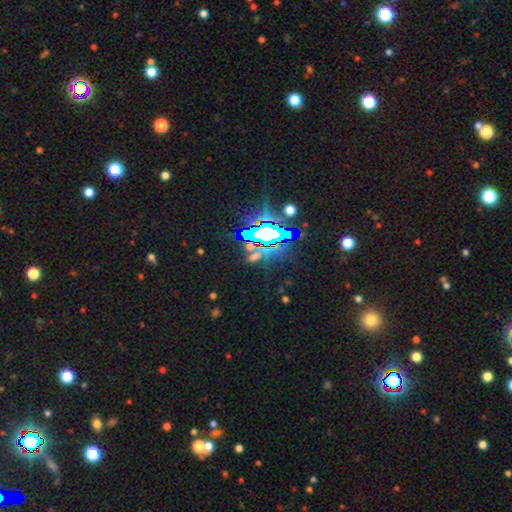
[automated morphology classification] This is likely a star or artifact rather than a galaxy (69%).